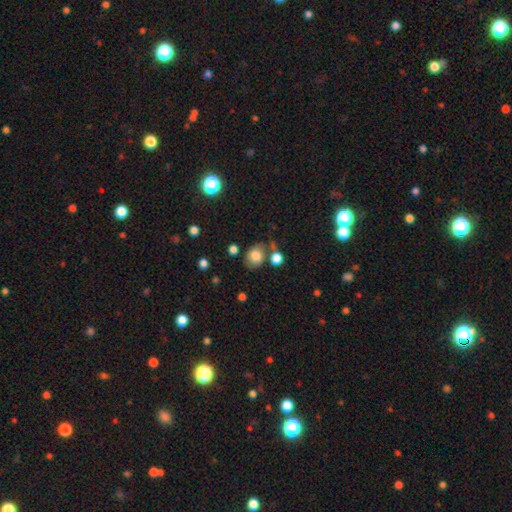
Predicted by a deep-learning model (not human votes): The model was most divided on "how rounded": round: 51%, in between: 48%, cigar-shaped: 1%. More confident: smooth or featured — smooth (78%); merging — none (61%).